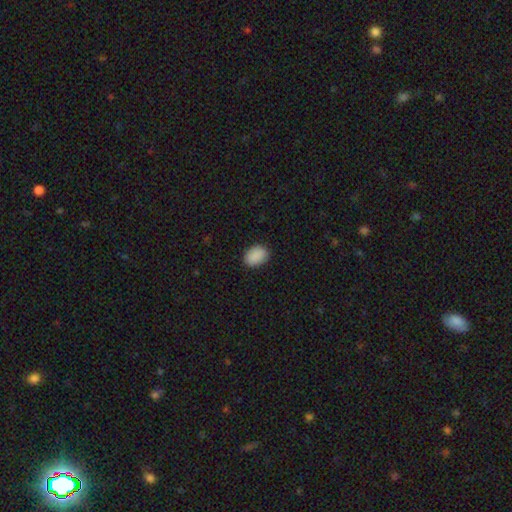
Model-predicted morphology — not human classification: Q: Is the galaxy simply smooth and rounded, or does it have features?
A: smooth — 90%.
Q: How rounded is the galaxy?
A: in between — 80%.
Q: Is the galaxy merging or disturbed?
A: none — 87%.